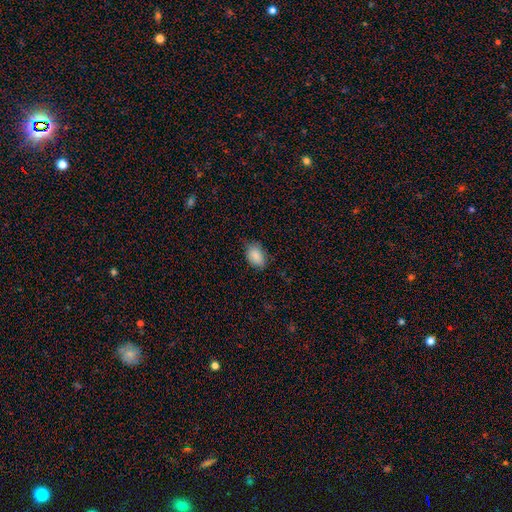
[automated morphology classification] A smooth galaxy with no disk features (87%) that is in between round and cigar-shaped (84%).

Vote fractions:
- Smooth or featured? smooth: 87% / star or artifact: 8% / featured or disk: 5%
- How rounded? in between: 84% / round: 15% / cigar-shaped: 1%
- Merging? none: 68% / minor disturbance: 26% / major disturbance: 5% / merger: 1%